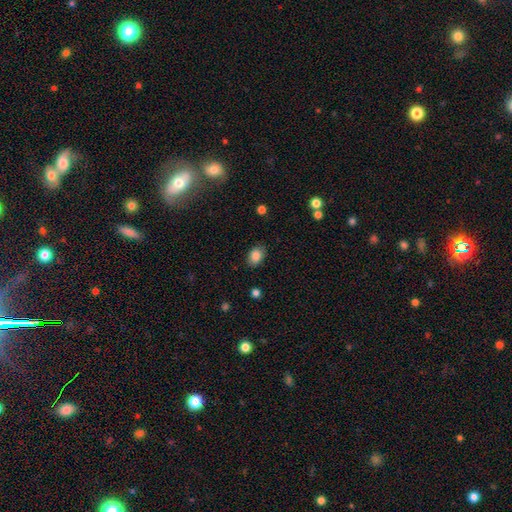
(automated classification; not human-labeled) A smooth galaxy with no disk features (86%) that is in between round and cigar-shaped (81%). Merging: none (85%).